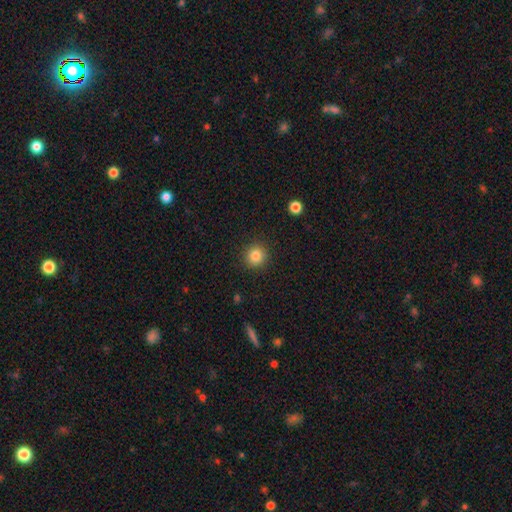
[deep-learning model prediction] Smooth or featured: smooth — 83% (star or artifact — 11%)
How rounded: round — 93% (in between — 6%)
Merging: none — 91% (minor disturbance — 5%)